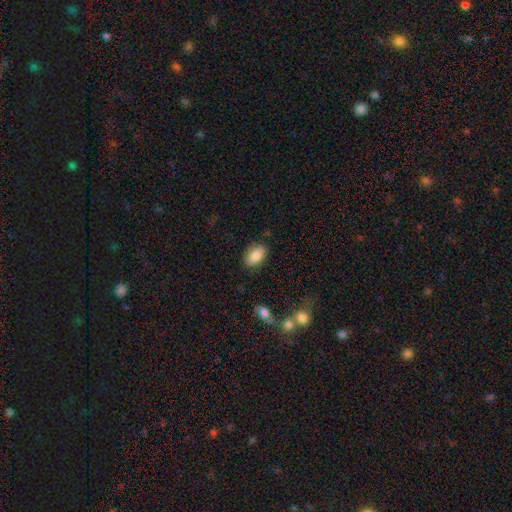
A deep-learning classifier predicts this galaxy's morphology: Smooth or featured? Predicted: smooth (p=0.84). How rounded? Predicted: in between (p=0.91). Merging? Predicted: none (p=0.84).